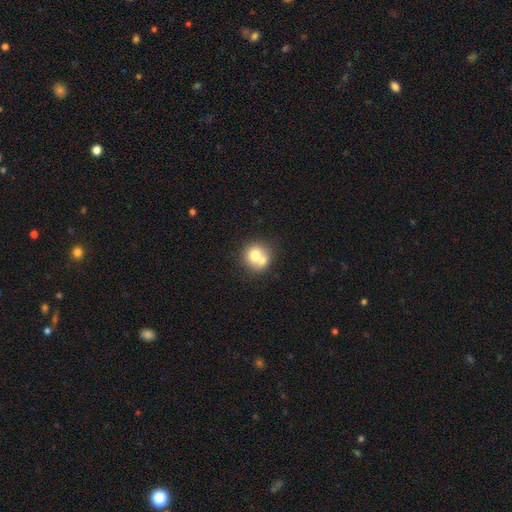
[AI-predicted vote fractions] Morphology: type=smooth (69%); roundness=round (81%); merging=merger (51%).